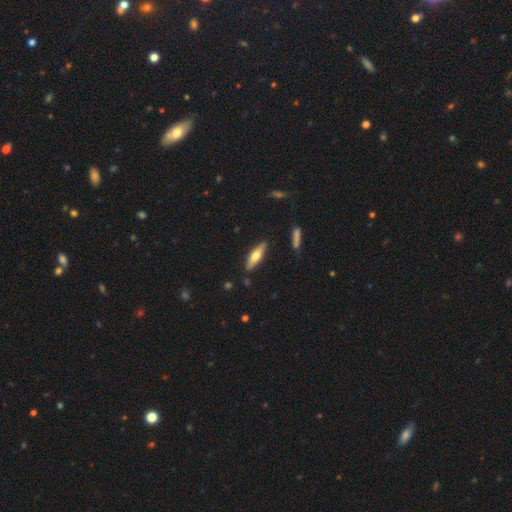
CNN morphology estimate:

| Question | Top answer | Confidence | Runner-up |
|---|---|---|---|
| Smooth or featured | smooth | 59% | featured or disk (35%) |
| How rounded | cigar-shaped | 59% | in between (39%) |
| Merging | none | 85% | minor disturbance (11%) |